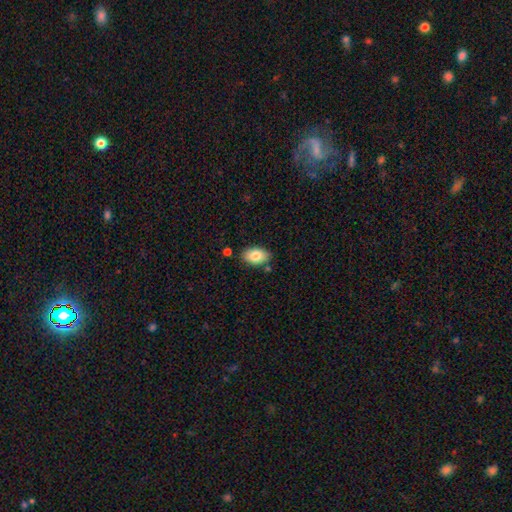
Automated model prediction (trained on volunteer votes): A smooth galaxy with no disk features (83%) that is in between round and cigar-shaped (92%).

Vote fractions:
- Smooth or featured? smooth: 83% / featured or disk: 10% / star or artifact: 7%
- How rounded? in between: 92% / round: 7% / cigar-shaped: 1%
- Merging? none: 81% / minor disturbance: 12% / merger: 4% / major disturbance: 2%